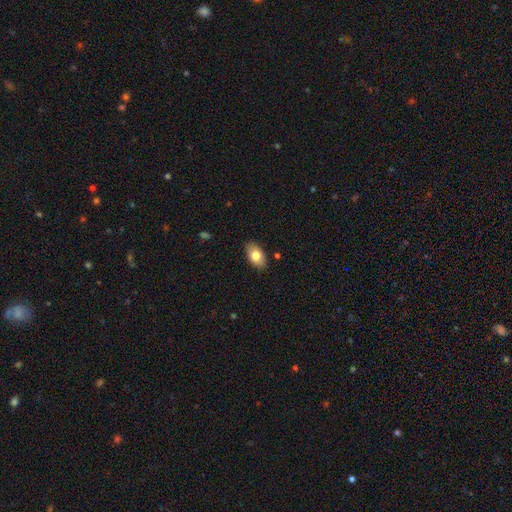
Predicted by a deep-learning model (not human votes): Morphology: type=smooth (79%); roundness=in between (92%); merging=none (86%).